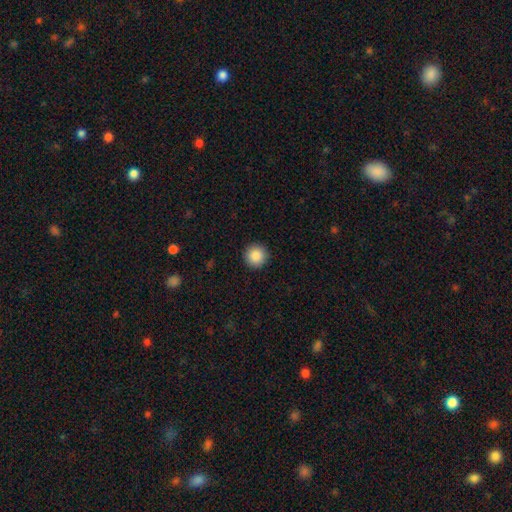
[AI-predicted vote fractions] A smooth galaxy with no disk features (88%) that is round (96%). Merging: none (92%).